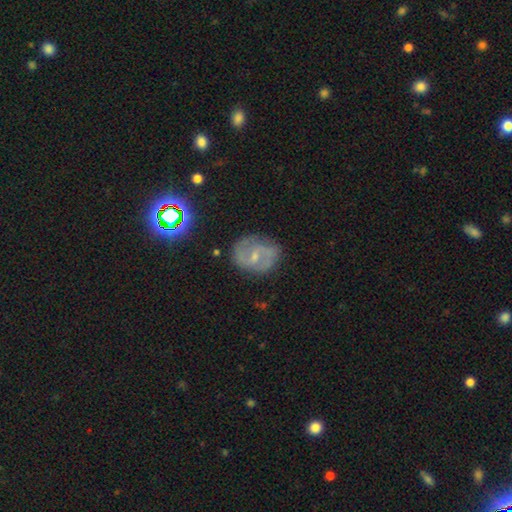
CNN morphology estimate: featured or disk 75%, smooth 15%, star or artifact 10%. Down the decision tree: edge-on disk — no (97%); bar — weak (53%); spiral arms — yes (90%); spiral arm count — 2 (83%); spiral winding — medium (50%); bulge size — small (66%); merging — none (77%).